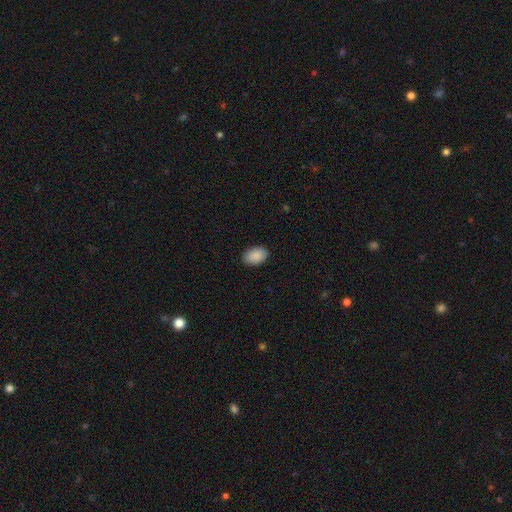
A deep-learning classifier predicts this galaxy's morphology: Smooth or featured: smooth — 90% (star or artifact — 6%)
How rounded: in between — 89% (round — 10%)
Merging: none — 89% (minor disturbance — 8%)